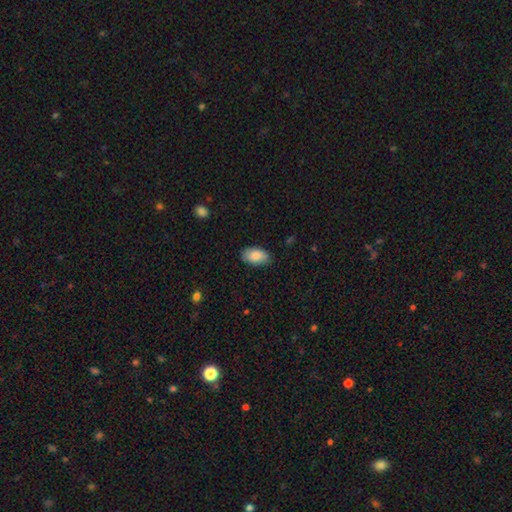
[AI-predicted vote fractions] Smooth or featured? Predicted: smooth (p=0.85). How rounded? Predicted: in between (p=0.94). Merging? Predicted: none (p=0.83).